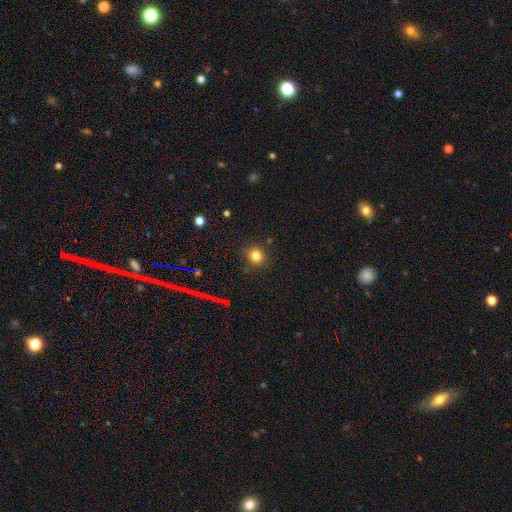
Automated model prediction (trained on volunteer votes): Overall: smooth (81%). How rounded: round (89%). Merging: none (88%).